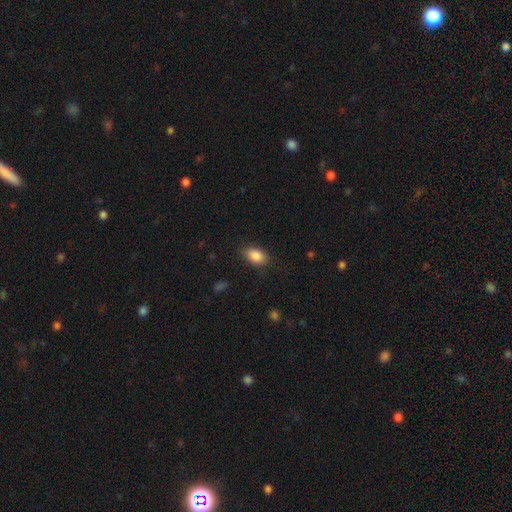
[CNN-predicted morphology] Smooth or featured? smooth (88%)
How rounded? in between (88%)
Merging? none (83%)